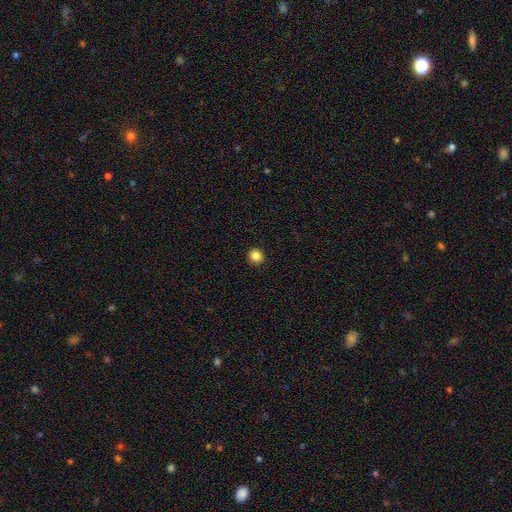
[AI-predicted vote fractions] Smooth or featured? smooth (86%)
How rounded? round (93%)
Merging? none (93%)